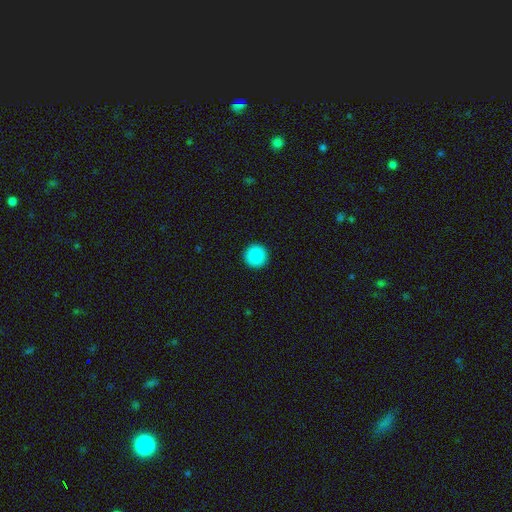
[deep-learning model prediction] Overall: smooth (89%). How rounded: round (96%). Merging: none (93%).